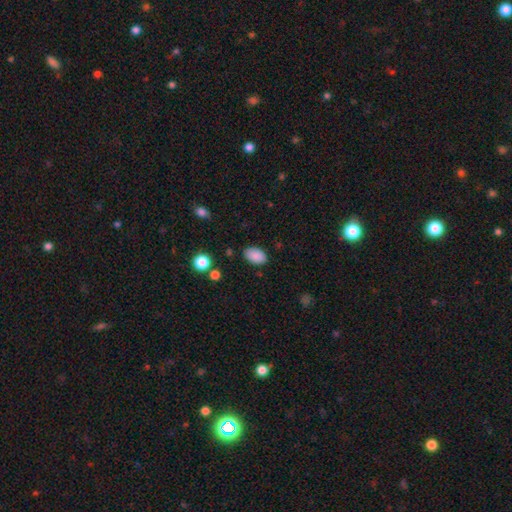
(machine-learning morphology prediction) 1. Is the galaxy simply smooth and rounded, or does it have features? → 88% smooth, 8% star or artifact, 4% featured or disk.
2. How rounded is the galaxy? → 89% in between, 10% round, 1% cigar-shaped.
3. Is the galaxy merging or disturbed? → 84% none, 12% minor disturbance, 3% major disturbance, 2% merger.